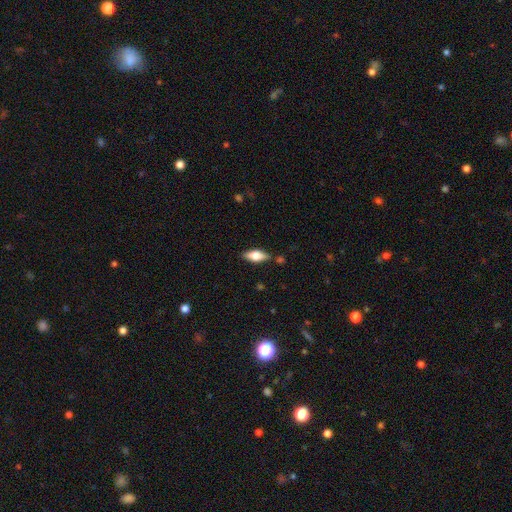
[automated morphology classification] The model was most divided on "smooth or featured": smooth: 58%, featured or disk: 35%, star or artifact: 7%. More confident: merging — none (81%); how rounded — in between (73%).